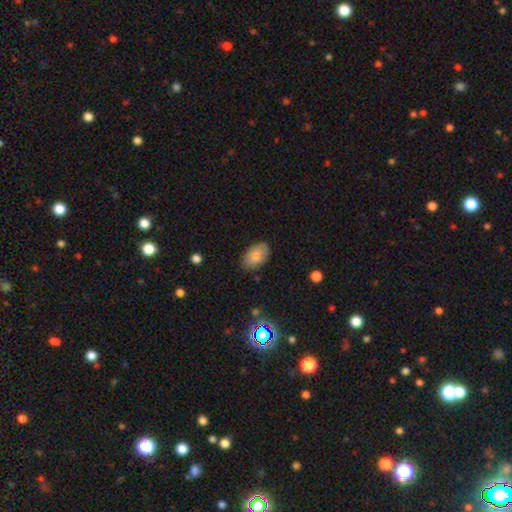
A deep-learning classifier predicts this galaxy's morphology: smooth-or-featured: smooth: 81% | featured or disk: 11% | star or artifact: 8%
  how-rounded: in between: 93% | round: 6% | cigar-shaped: 1%
  merging: none: 82% | minor disturbance: 14% | major disturbance: 3% | merger: 1%